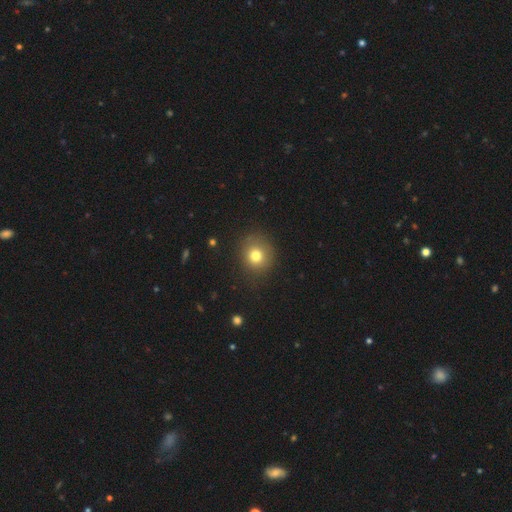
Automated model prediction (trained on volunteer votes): Smooth or featured? smooth (77%)
How rounded? round (83%)
Merging? none (84%)